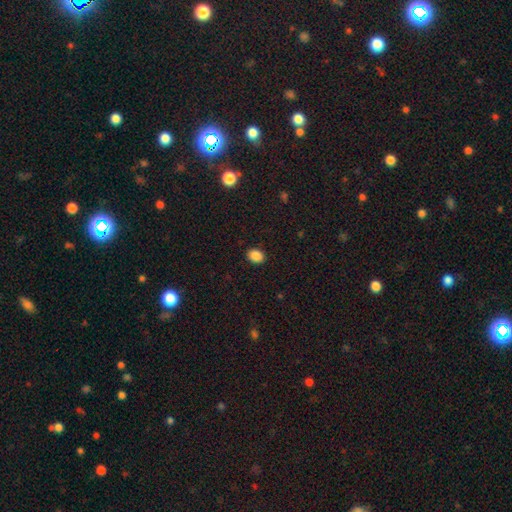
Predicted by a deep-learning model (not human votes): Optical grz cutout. It shows a smooth galaxy with no disk features (87%) that is in between round and cigar-shaped (57%). Merging: none (91%).